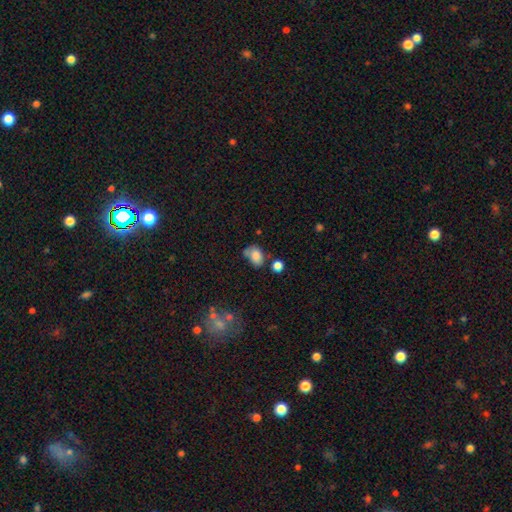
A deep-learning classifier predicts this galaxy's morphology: Smooth or featured: smooth — 80% (featured or disk — 11%)
How rounded: in between — 76% (round — 23%)
Merging: none — 42% (minor disturbance — 28%)